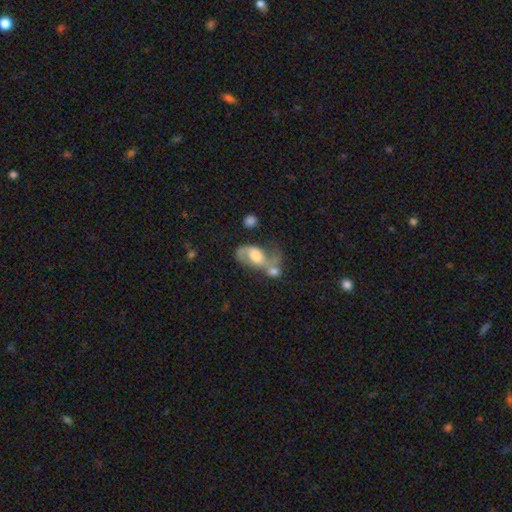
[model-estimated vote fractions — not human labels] Smooth or featured? Predicted: featured or disk (p=0.67). Edge-on disk? Predicted: no (p=0.96). Bar? Predicted: no (p=0.55). Spiral arms? Predicted: yes (p=0.84). Spiral winding? Predicted: loose (p=0.47). Spiral arm count? Predicted: 2 (p=0.76). Bulge size? Predicted: moderate (p=0.43). Merging? Predicted: merger (p=0.45).